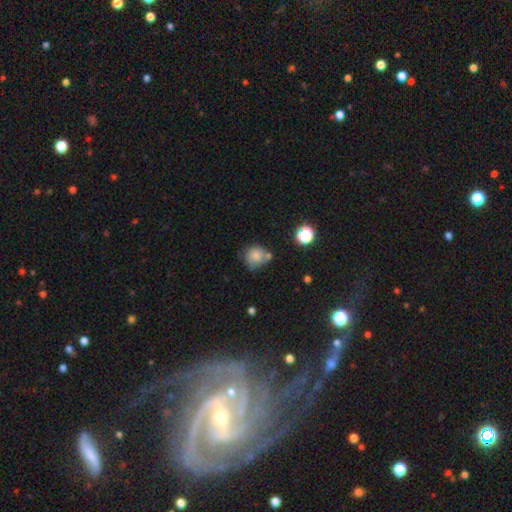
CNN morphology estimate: Smooth or featured? Predicted: smooth (p=0.78). How rounded? Predicted: round (p=0.84). Merging? Predicted: none (p=0.51).